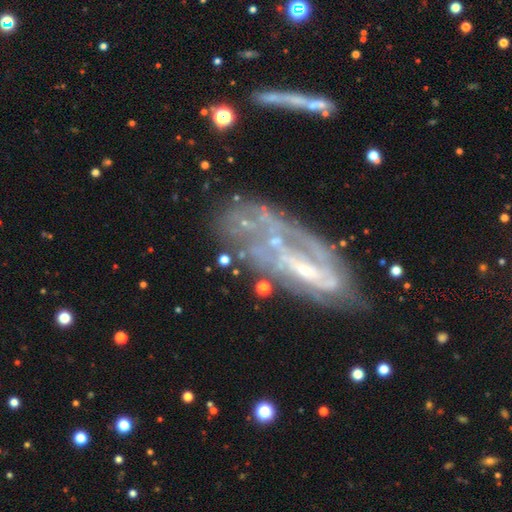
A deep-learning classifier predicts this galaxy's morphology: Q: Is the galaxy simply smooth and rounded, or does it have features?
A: featured or disk — 76%.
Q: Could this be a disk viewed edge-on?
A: no — 89%.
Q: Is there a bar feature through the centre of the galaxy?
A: no — 45%.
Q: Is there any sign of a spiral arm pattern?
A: yes — 63%.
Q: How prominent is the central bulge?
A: small — 41%.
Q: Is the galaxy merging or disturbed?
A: none — 46%.